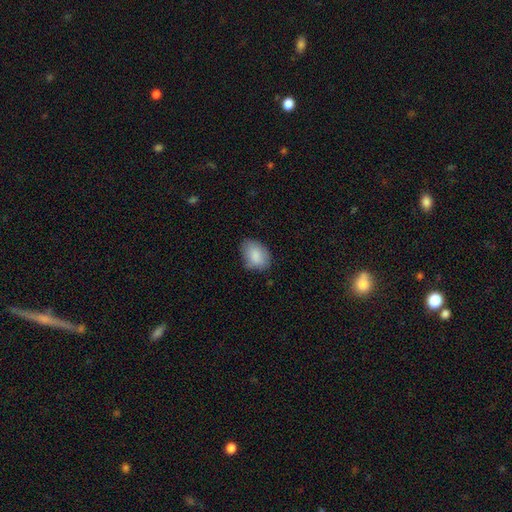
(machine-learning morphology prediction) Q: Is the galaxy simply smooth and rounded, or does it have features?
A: smooth — 86%.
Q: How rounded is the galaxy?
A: in between — 79%.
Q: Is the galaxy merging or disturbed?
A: none — 68%.